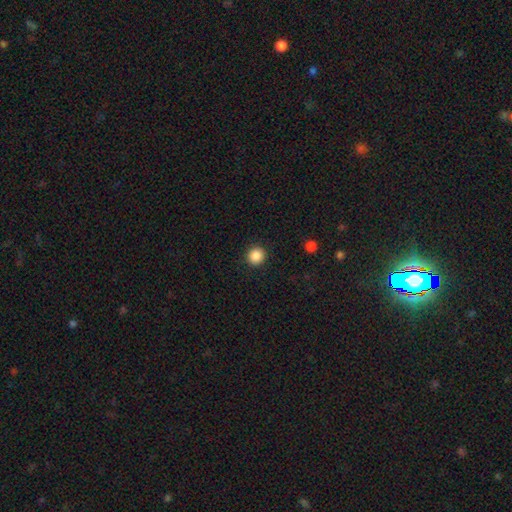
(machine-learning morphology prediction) A smooth galaxy with no disk features (88%) that is round (91%). Merging: none (92%).